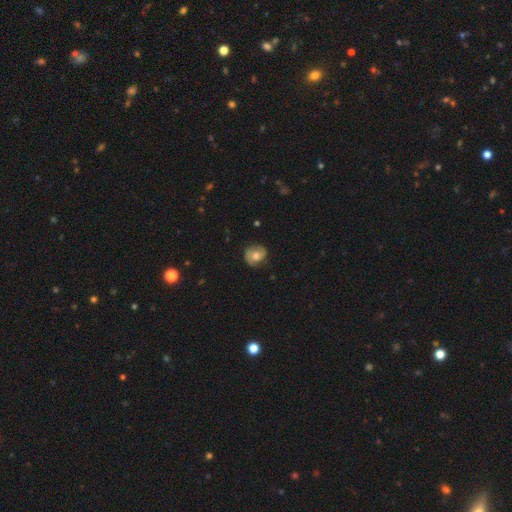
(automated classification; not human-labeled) This appears to be a featured or disk galaxy (55%) with no bar (67%), spiral arms (83%) and a moderate central bulge (72%). Merging: none (78%).